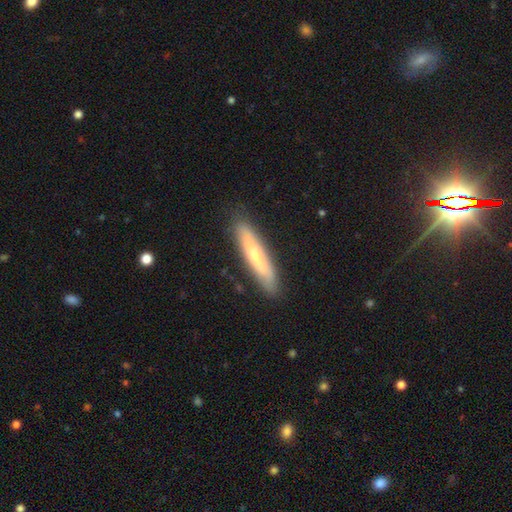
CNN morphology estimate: Overall: smooth (60%; featured or disk 34%). How rounded: cigar-shaped (86%). Merging: none (86%).